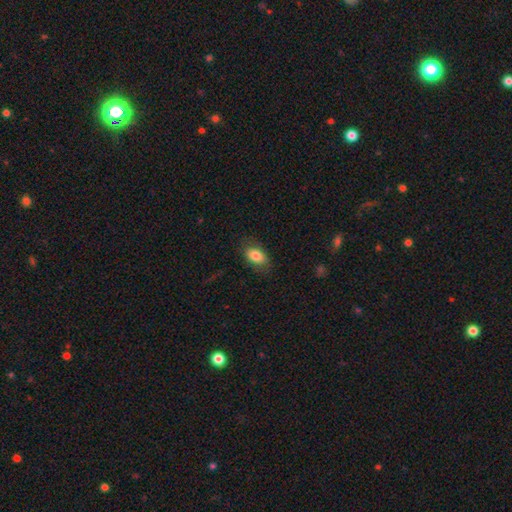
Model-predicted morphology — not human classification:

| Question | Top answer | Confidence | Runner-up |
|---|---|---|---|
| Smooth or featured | smooth | 80% | featured or disk (12%) |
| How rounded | in between | 89% | round (9%) |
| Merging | none | 77% | minor disturbance (16%) |